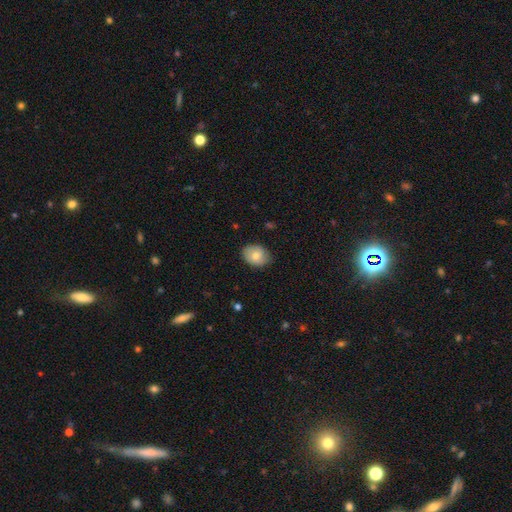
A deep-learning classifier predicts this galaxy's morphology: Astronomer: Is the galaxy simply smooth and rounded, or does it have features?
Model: smooth — 76%.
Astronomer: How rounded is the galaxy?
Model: in between — 60% (runner-up: round, 39%).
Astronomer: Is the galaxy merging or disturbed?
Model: none — 79%.